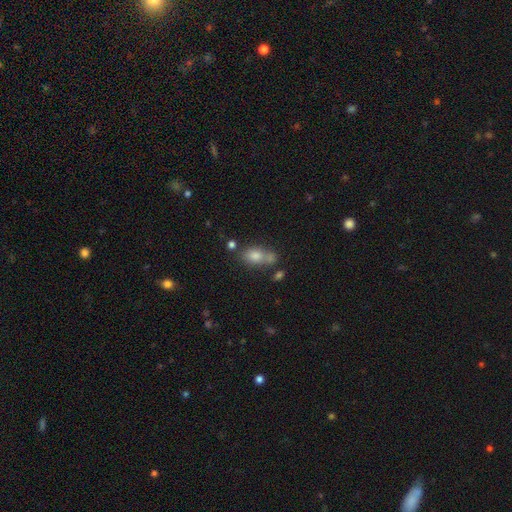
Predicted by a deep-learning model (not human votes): A smooth galaxy with no disk features (75%) that is in between round and cigar-shaped (69%).

Vote fractions:
- Smooth or featured? smooth: 75% / star or artifact: 14% / featured or disk: 12%
- How rounded? in between: 69% / round: 26% / cigar-shaped: 5%
- Merging? none: 50% / merger: 28% / minor disturbance: 16% / major disturbance: 6%